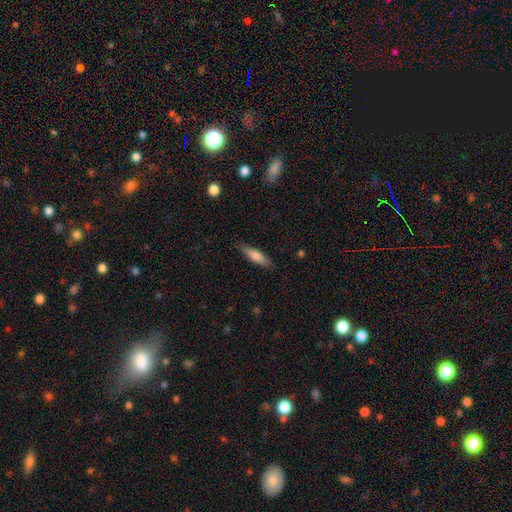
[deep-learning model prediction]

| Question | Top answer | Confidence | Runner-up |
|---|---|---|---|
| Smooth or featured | smooth | 77% | featured or disk (17%) |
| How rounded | cigar-shaped | 65% | in between (33%) |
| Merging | none | 85% | minor disturbance (12%) |